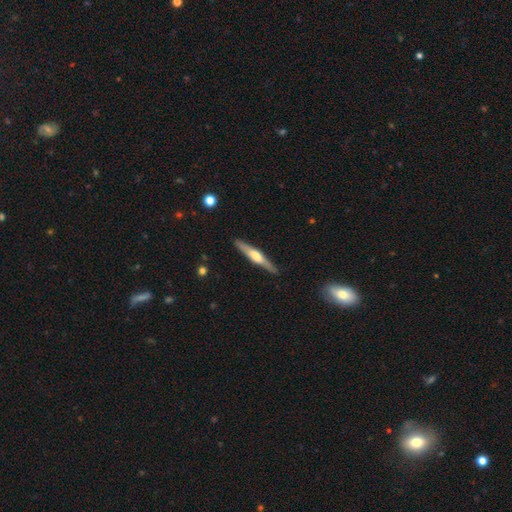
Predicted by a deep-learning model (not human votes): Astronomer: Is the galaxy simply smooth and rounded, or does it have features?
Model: featured or disk — 65%.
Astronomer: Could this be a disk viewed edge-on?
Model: yes — 96%.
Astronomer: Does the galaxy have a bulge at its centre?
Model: rounded — 77%.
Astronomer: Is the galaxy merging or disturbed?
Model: none — 89%.